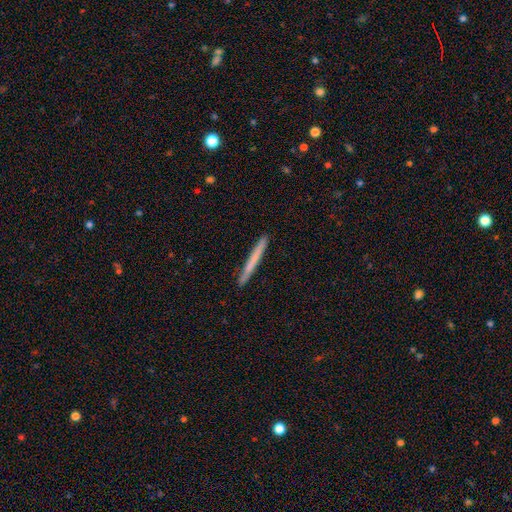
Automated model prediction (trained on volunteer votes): A smooth galaxy with no disk features (64%) that is cigar-shaped (97%).

Vote fractions:
- Smooth or featured? smooth: 64% / featured or disk: 31% / star or artifact: 5%
- How rounded? cigar-shaped: 97% / in between: 2% / round: 1%
- Merging? none: 92% / minor disturbance: 6% / major disturbance: 1% / merger: 1%